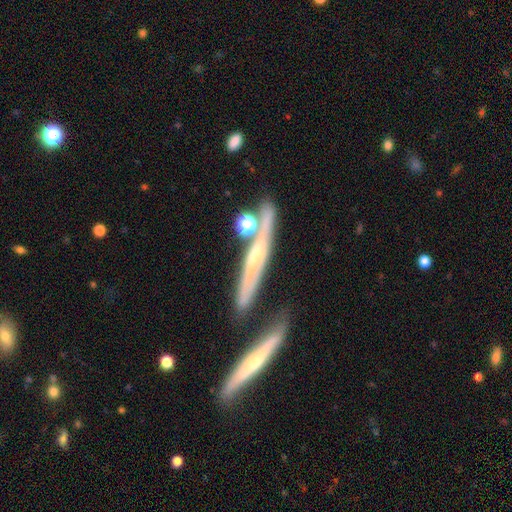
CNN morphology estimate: type=featured or disk (74%); edge-on=yes (74%); edge-on bulge=rounded (61%); merging=none (62%).